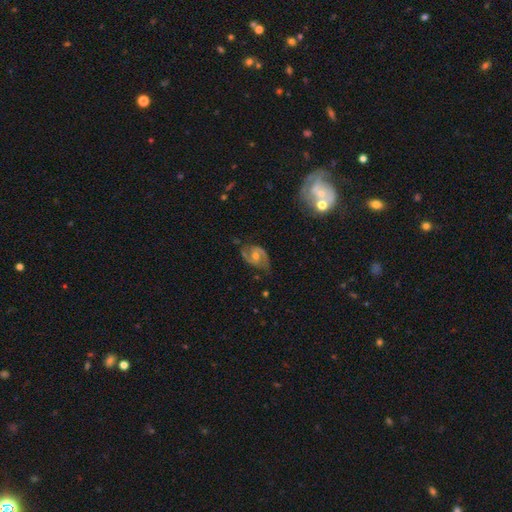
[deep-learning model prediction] Smooth or featured: featured or disk — 86% (smooth — 7%)
Edge-on disk: no — 97% (yes — 3%)
Bar: no — 46% (weak — 42%)
Spiral arms: yes — 95% (no — 5%)
Spiral winding: medium — 54% (loose — 25%)
Spiral arm count: 2 — 91% (can't tell — 4%)
Bulge size: moderate — 61% (small — 33%)
Merging: none — 73% (minor disturbance — 18%)